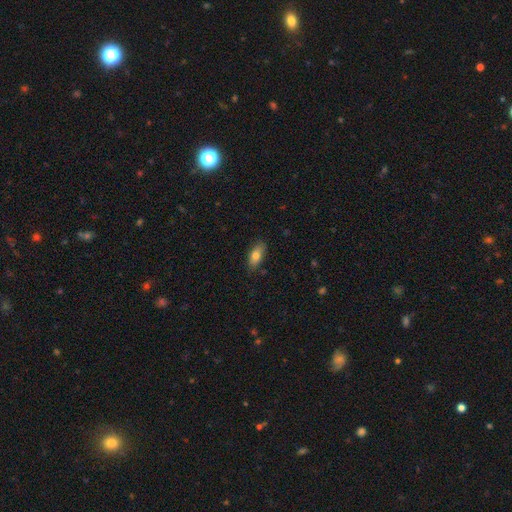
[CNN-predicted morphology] Q: Smooth or featured?
A: smooth (76%); runner-up: featured or disk (16%)
Q: How rounded?
A: in between (83%); runner-up: cigar-shaped (13%)
Q: Merging?
A: none (82%); runner-up: minor disturbance (14%)